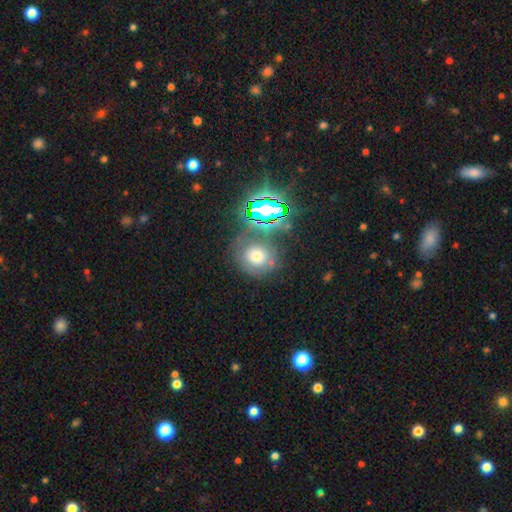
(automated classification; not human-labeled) Overall: smooth (57%; star or artifact 25%). How rounded: round (83%). Merging: none (69%).